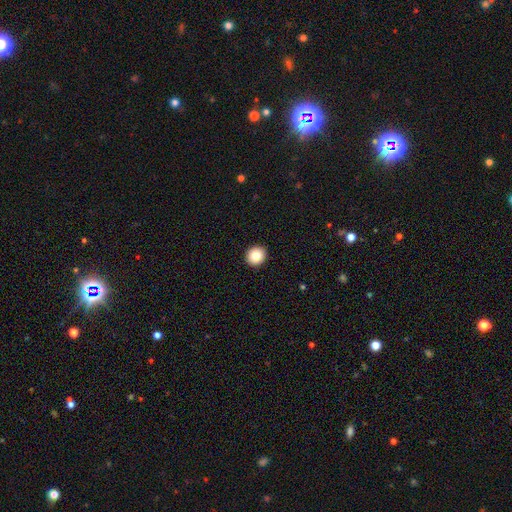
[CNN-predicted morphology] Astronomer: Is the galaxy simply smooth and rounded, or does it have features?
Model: smooth — 83%.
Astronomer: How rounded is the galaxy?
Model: round — 91%.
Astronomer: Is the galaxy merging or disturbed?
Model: none — 93%.